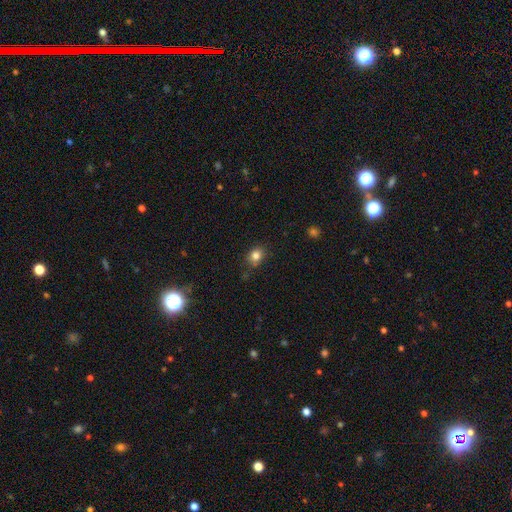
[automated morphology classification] Smooth or featured? Predicted: smooth (p=0.82). How rounded? Predicted: round (p=0.53). Merging? Predicted: none (p=0.76).